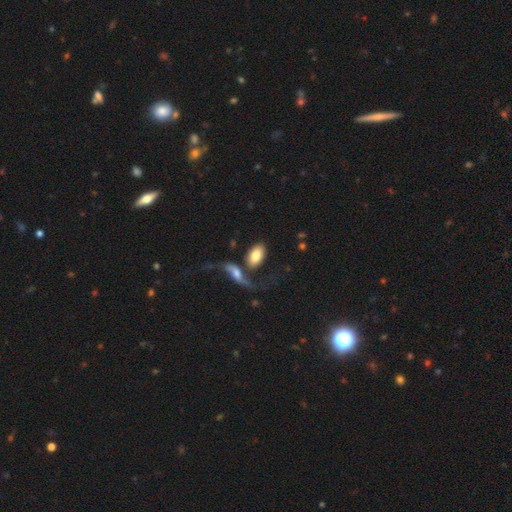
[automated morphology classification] smooth-or-featured: smooth: 74% | featured or disk: 20% | star or artifact: 6%
  how-rounded: in between: 93% | round: 5% | cigar-shaped: 2%
  merging: none: 39% | merger: 36% | major disturbance: 14% | minor disturbance: 12%